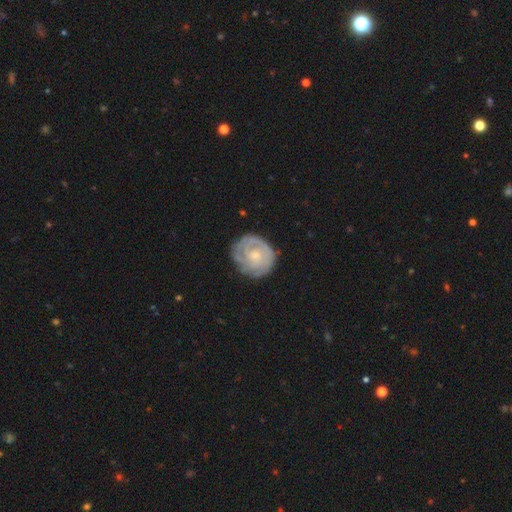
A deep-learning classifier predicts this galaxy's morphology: This appears to be a featured or disk galaxy (72%) with no bar (79%), tight (75%) spiral arms (87%) and a small central bulge (65%). Merging: none (77%).